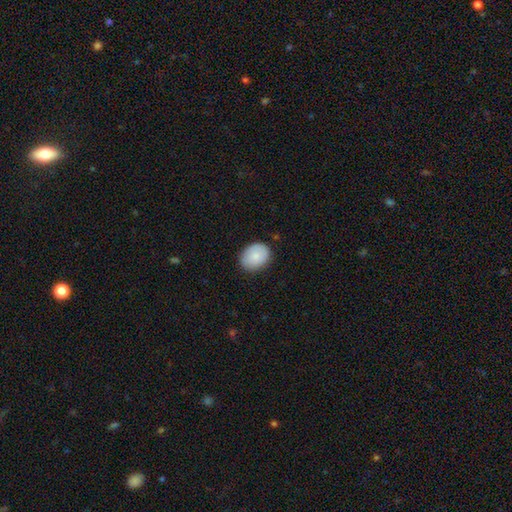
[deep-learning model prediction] A smooth galaxy with no disk features (84%) that is in between round and cigar-shaped (59%).

Vote fractions:
- Smooth or featured? smooth: 84% / featured or disk: 9% / star or artifact: 7%
- How rounded? in between: 59% / round: 40% / cigar-shaped: 1%
- Merging? none: 83% / minor disturbance: 13% / major disturbance: 3% / merger: 1%